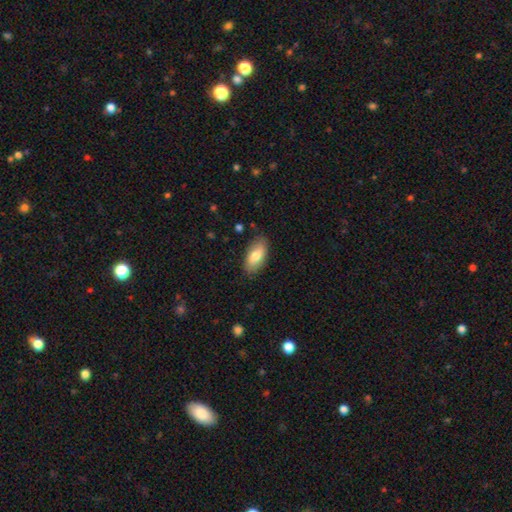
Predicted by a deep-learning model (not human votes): smooth 75%, featured or disk 18%, star or artifact 6%. Down the decision tree: how rounded — in between (91%); merging — none (83%).